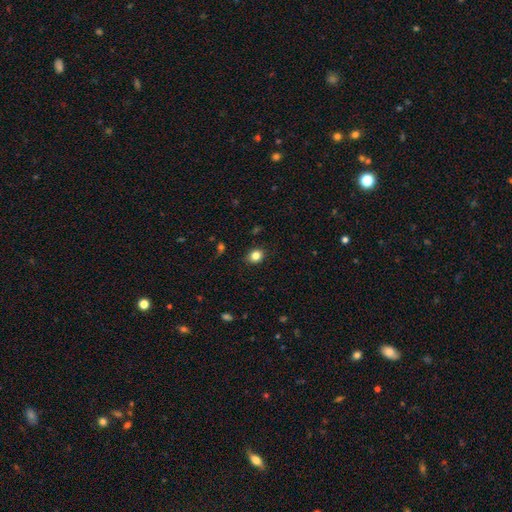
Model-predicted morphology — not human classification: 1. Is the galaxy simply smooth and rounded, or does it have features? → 83% smooth, 11% star or artifact, 5% featured or disk.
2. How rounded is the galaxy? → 65% round, 34% in between, 1% cigar-shaped.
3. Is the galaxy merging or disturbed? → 87% none, 10% minor disturbance, 2% major disturbance, 1% merger.